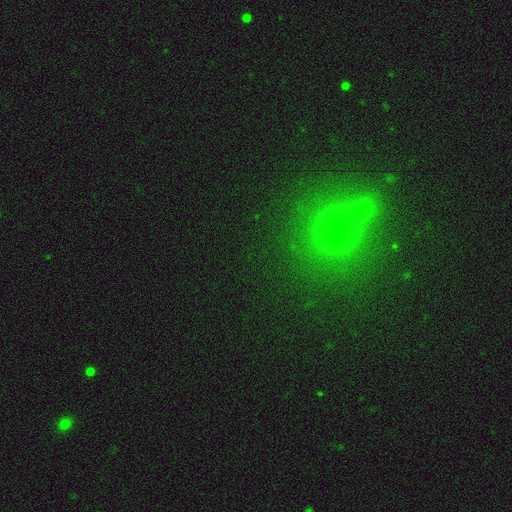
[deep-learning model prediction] star or artifact 52%, smooth 39%, featured or disk 8%.